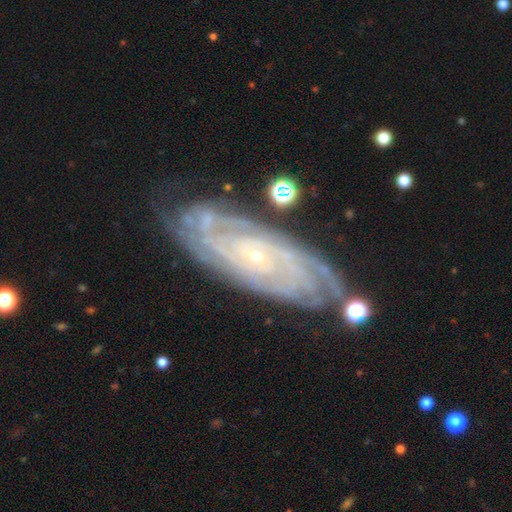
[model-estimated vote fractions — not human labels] Smooth or featured?
  - featured or disk: 90% *
  - star or artifact: 5%
  - smooth: 5%
Edge-on disk?
  - no: 93% *
  - yes: 7%
Bar?
  - no: 74% *
  - weak: 18%
  - strong: 8%
Spiral arms?
  - yes: 98% *
  - no: 2%
Spiral winding?
  - tight: 84% *
  - medium: 14%
  - loose: 2%
Spiral arm count?
  - can't tell: 23% * (tied)
  - 4: 23% * (tied)
  - more than 4: 16%
  - 3: 16%
  - 2: 14%
  - 1: 7%
Bulge size?
  - small: 89% *
  - moderate: 8%
  - none: 2%
  - large: 1%
  - dominant: 1%
Merging?
  - none: 77% *
  - minor disturbance: 16%
  - major disturbance: 4%
  - merger: 3%